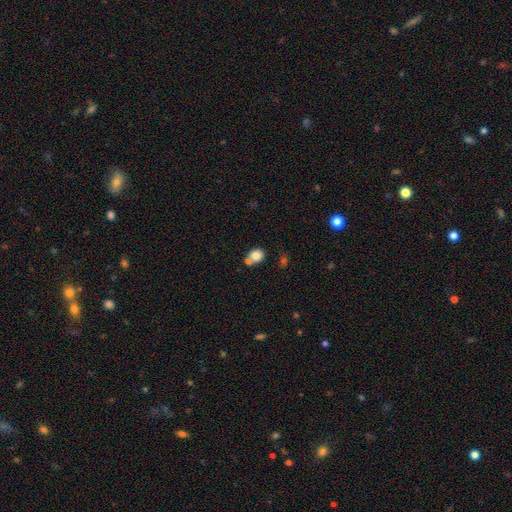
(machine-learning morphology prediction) type=smooth (81%); roundness=round (58%); merging=none (44%).